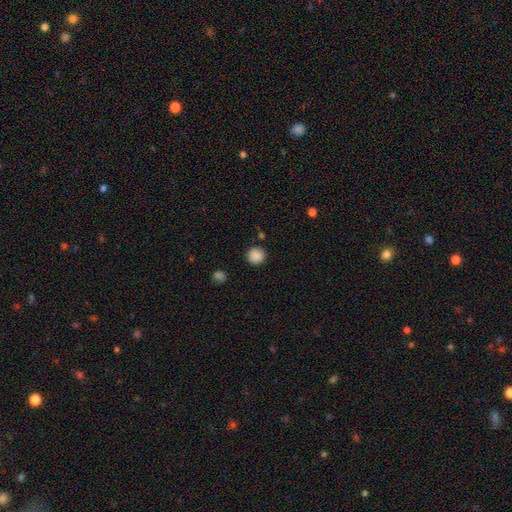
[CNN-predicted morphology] Smooth or featured? Predicted: smooth (p=0.88). How rounded? Predicted: round (p=0.94). Merging? Predicted: none (p=0.89).